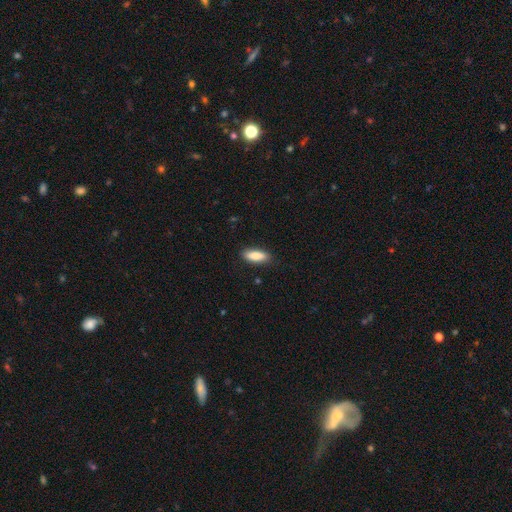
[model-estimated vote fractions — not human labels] A smooth galaxy with no disk features (82%) that is in between round and cigar-shaped (69%). Merging: none (86%).